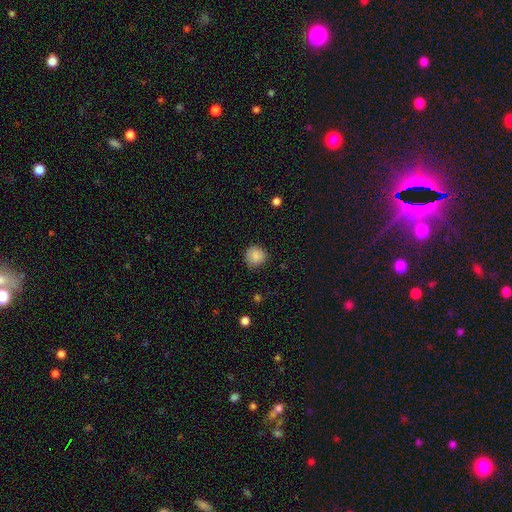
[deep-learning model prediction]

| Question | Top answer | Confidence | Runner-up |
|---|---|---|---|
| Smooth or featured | smooth | 86% | star or artifact (9%) |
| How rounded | round | 89% | in between (10%) |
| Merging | none | 79% | minor disturbance (17%) |